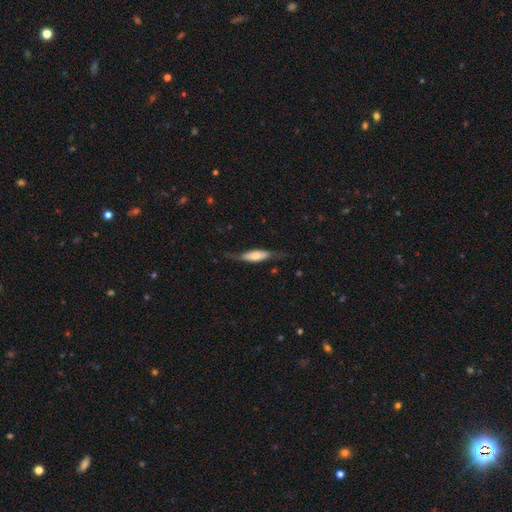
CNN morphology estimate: Smooth or featured? smooth (49%)
Merging? none (61%)